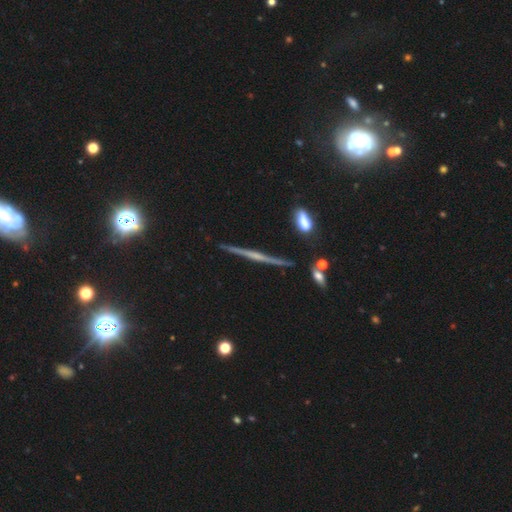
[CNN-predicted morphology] Smooth or featured: featured or disk — 76% (smooth — 13%)
Edge-on disk: yes — 97% (no — 3%)
Edge-on bulge: rounded — 53% (none — 35%)
Merging: none — 88% (minor disturbance — 8%)